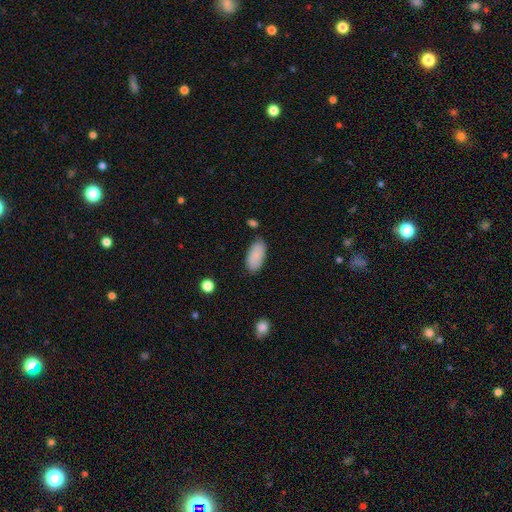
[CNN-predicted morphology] smooth-or-featured: smooth: 87% | featured or disk: 6% | star or artifact: 6%
  how-rounded: in between: 92% | cigar-shaped: 6% | round: 2%
  merging: none: 76% | minor disturbance: 17% | merger: 4% | major disturbance: 3%